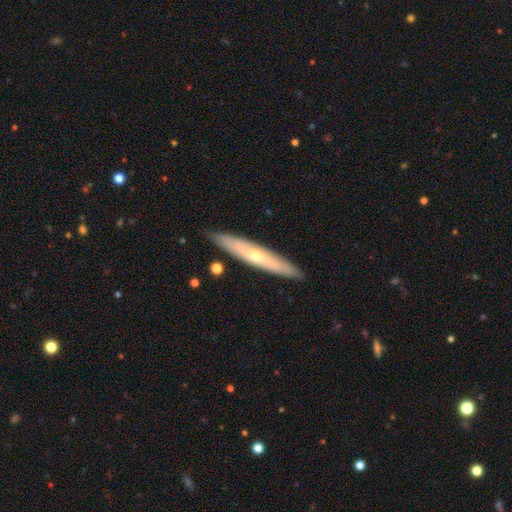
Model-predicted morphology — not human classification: Smooth or featured? featured or disk (55%)
Edge-on disk? yes (82%)
Merging? none (88%)